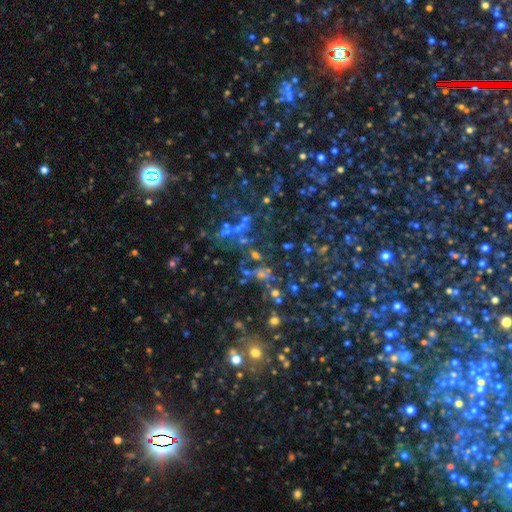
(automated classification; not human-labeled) Morphology: type=star or artifact (72%).